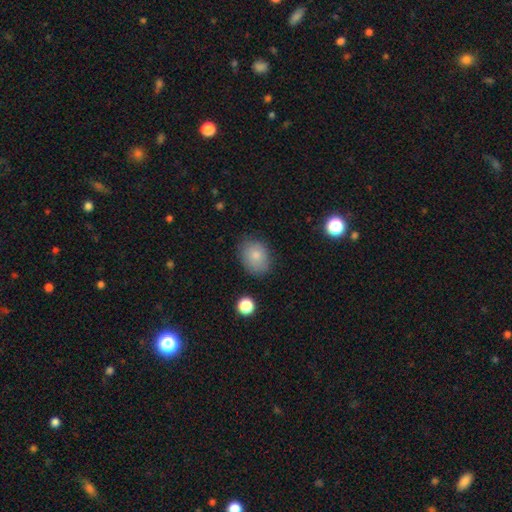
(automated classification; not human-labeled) Smooth or featured? Predicted: smooth (p=0.81). How rounded? Predicted: in between (p=0.55). Merging? Predicted: none (p=0.77).